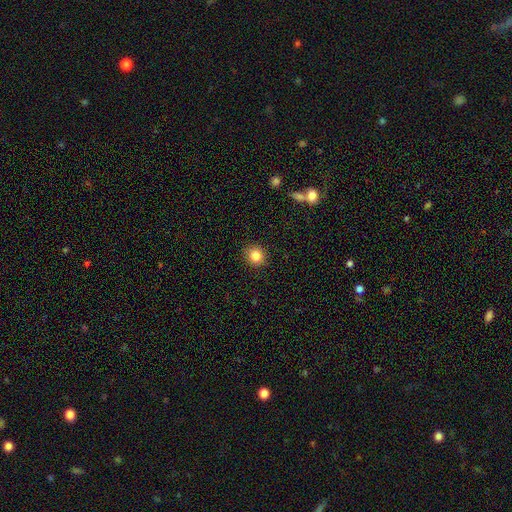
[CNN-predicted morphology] smooth 84%, star or artifact 11%, featured or disk 5%. Down the decision tree: how rounded — round (85%); merging — none (90%).